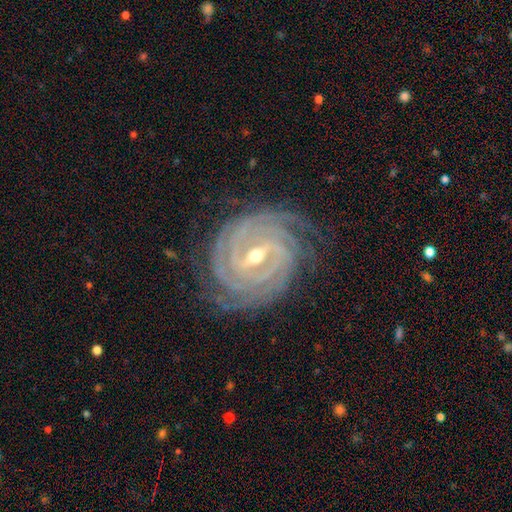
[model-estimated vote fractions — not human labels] smooth_or_featured: featured or disk (p=0.92) [alt: star or artifact p=0.05]
disk_edge_on: no (p=0.97) [alt: yes p=0.03]
bar: strong (p=0.55) [alt: weak p=0.35]
has_spiral_arms: yes (p=0.99) [alt: no p=0.01]
spiral_winding: tight (p=0.88) [alt: medium p=0.11]
spiral_arm_count: 4 (p=0.31) [alt: 3 p=0.22]
bulge_size: moderate (p=0.51) [alt: small p=0.46]
merging: none (p=0.82) [alt: minor disturbance p=0.13]